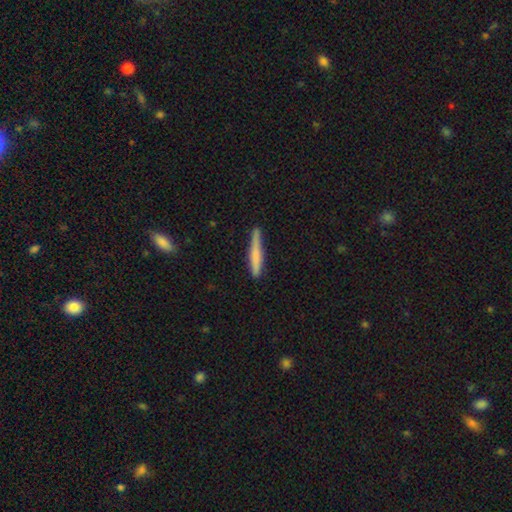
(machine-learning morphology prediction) The model was most divided on "smooth or featured": smooth: 67%, featured or disk: 28%, star or artifact: 5%. More confident: how rounded — cigar-shaped (94%); merging — none (76%).